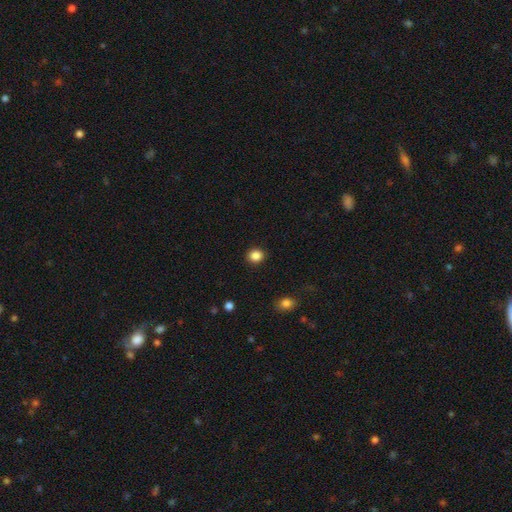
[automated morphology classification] A smooth galaxy with no disk features (86%) that is round (83%). Merging: none (91%).